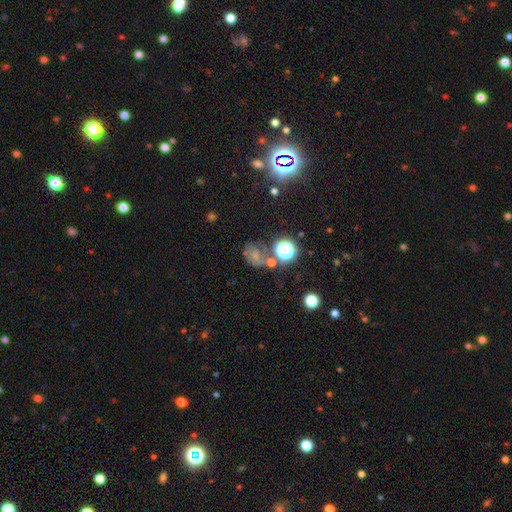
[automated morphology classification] Smooth or featured? smooth (38%)
Merging? none (48%)